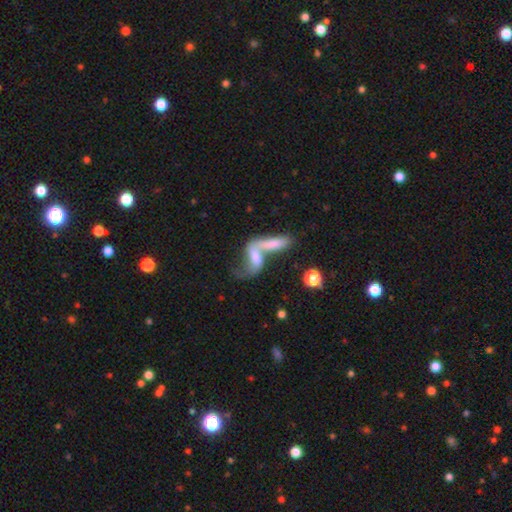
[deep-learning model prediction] A featured or disk galaxy (54%). Merging: merger (55%).